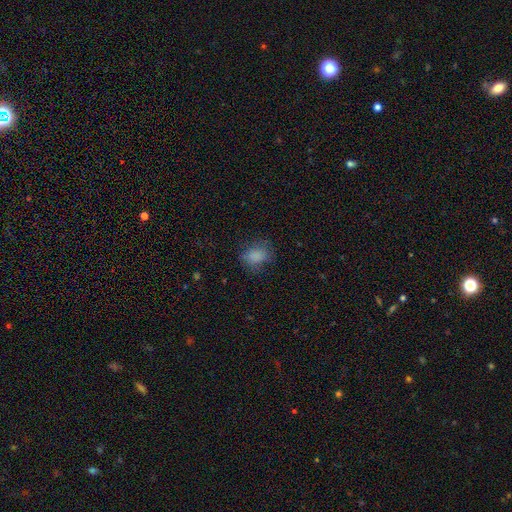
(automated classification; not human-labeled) A smooth galaxy with no disk features (81%) that is in between round and cigar-shaped (54%). Merging: none (68%).